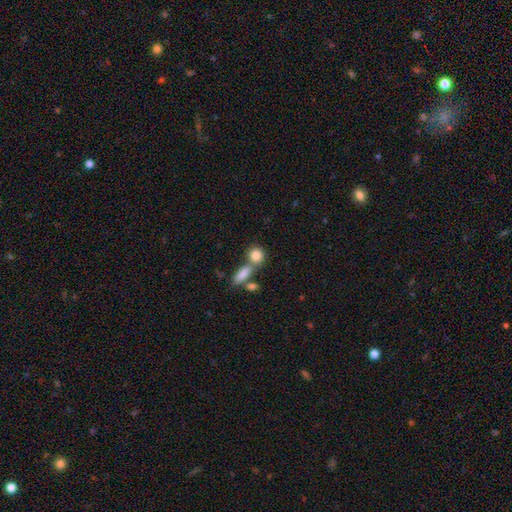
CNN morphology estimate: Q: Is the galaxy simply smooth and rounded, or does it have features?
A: smooth — 83%.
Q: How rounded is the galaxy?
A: round — 70%.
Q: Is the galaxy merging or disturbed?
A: none — 52%.